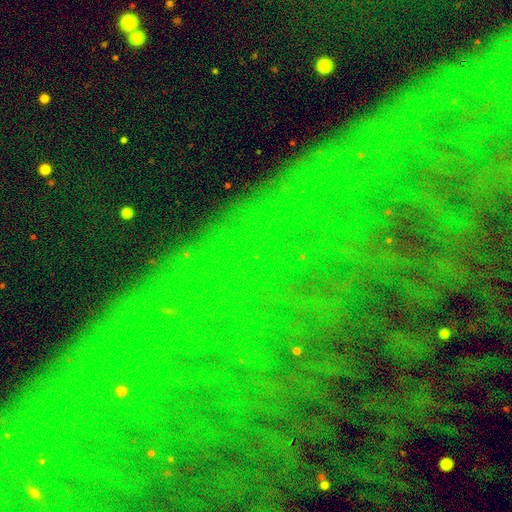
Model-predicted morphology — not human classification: Q: Smooth or featured?
A: star or artifact (83%); runner-up: featured or disk (9%)